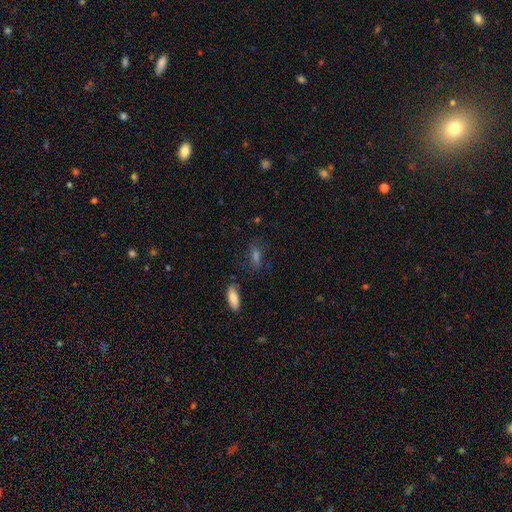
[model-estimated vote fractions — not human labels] This is possibly a smooth galaxy (54%). How rounded: likely in between (63%). Merging: likely none (70%).